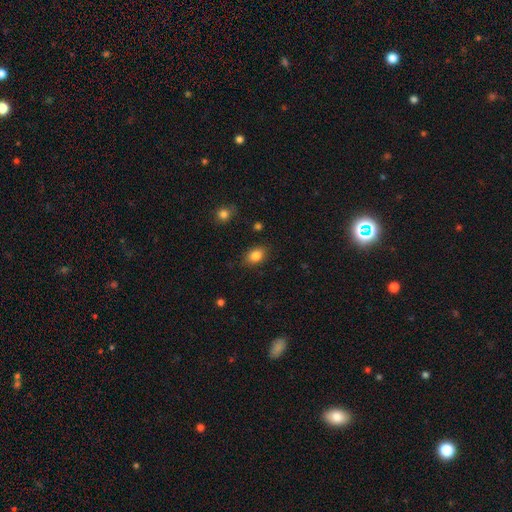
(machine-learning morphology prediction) Q: Smooth or featured?
A: smooth (85%); runner-up: star or artifact (9%)
Q: How rounded?
A: in between (79%); runner-up: round (20%)
Q: Merging?
A: none (84%); runner-up: minor disturbance (11%)